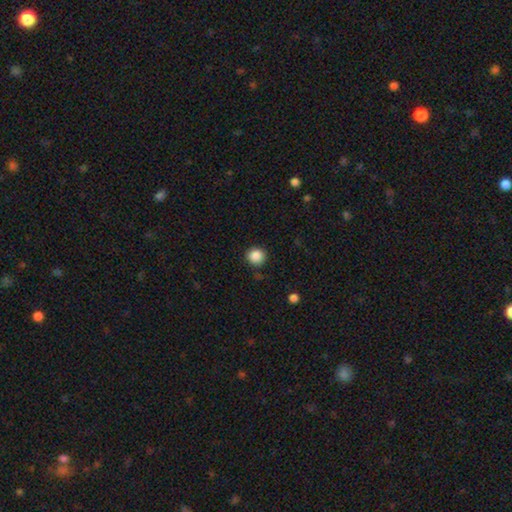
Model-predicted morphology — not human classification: A smooth galaxy with no disk features (87%) that is round (92%).

Vote fractions:
- Smooth or featured? smooth: 87% / star or artifact: 10% / featured or disk: 3%
- How rounded? round: 92% / in between: 8% / cigar-shaped: 1%
- Merging? none: 87% / minor disturbance: 8% / major disturbance: 2% / merger: 2%